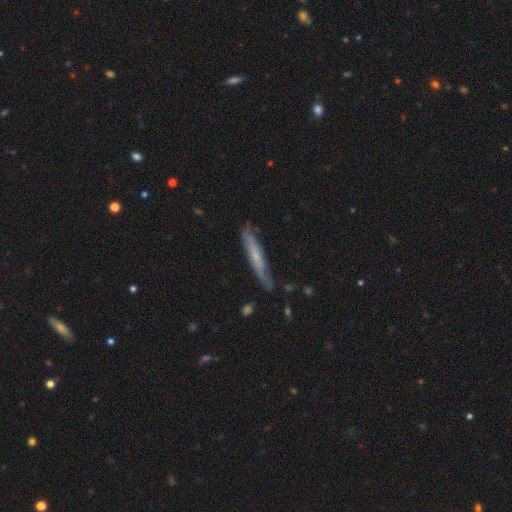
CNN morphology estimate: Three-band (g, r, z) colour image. It shows a featured or disk galaxy (49%). Merging: none (73%).